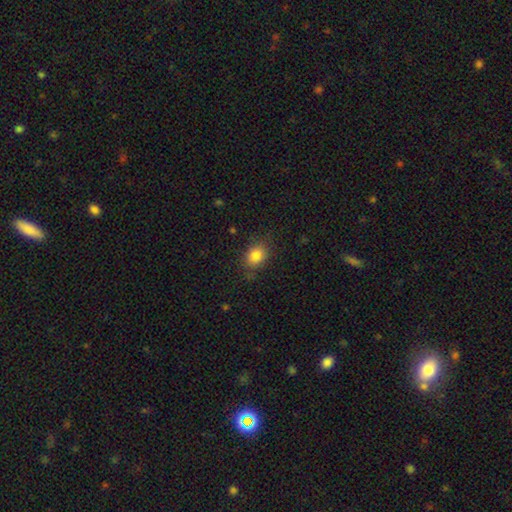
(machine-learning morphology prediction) This appears to be a smooth galaxy with no disk features (84%) that is in between round and cigar-shaped (60%). Merging: none (79%).